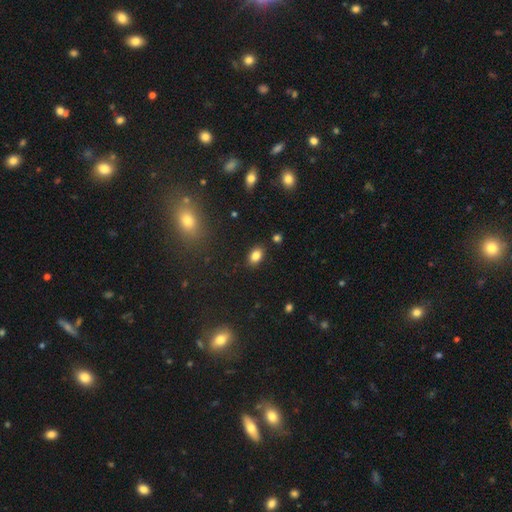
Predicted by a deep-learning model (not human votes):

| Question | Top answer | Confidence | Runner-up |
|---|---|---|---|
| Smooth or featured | smooth | 83% | star or artifact (11%) |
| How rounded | in between | 83% | round (15%) |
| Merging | none | 86% | minor disturbance (10%) |